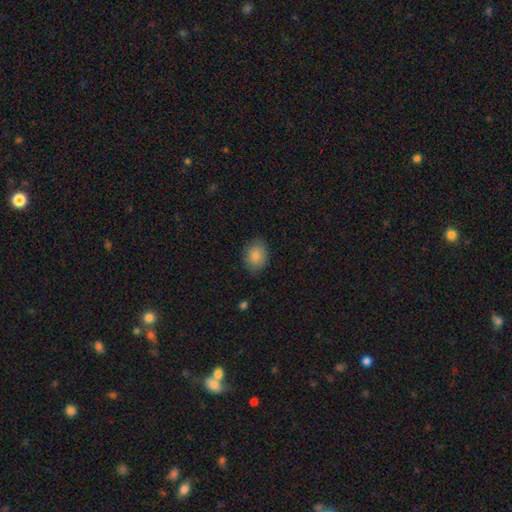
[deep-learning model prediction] smooth_or_featured: smooth (p=0.86) [alt: star or artifact p=0.08]
how_rounded: in between (p=0.63) [alt: round p=0.36]
merging: none (p=0.83) [alt: minor disturbance p=0.13]